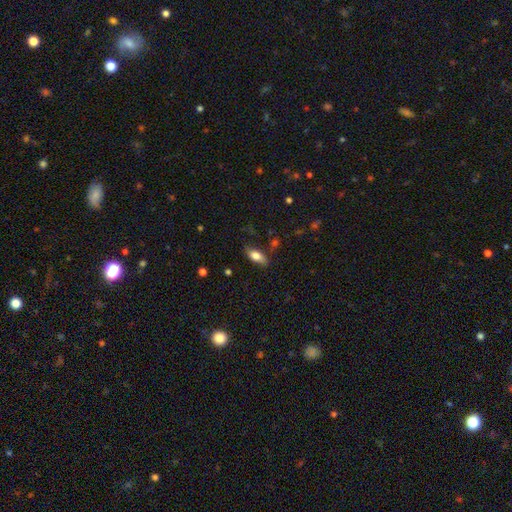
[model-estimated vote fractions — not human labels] smooth_or_featured: smooth (p=0.76) [alt: featured or disk p=0.17]
how_rounded: in between (p=0.80) [alt: cigar-shaped p=0.18]
merging: none (p=0.76) [alt: minor disturbance p=0.17]